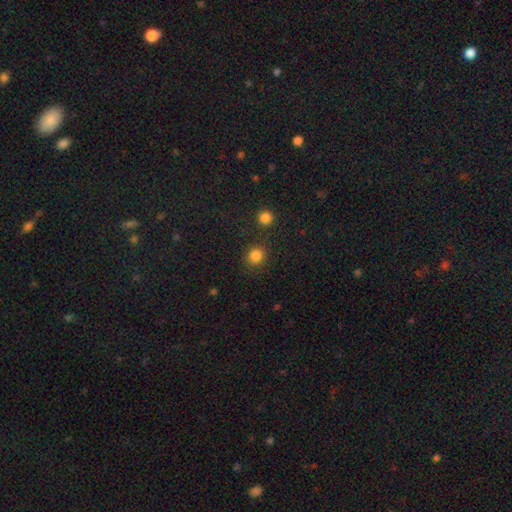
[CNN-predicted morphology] A smooth galaxy with no disk features (84%) that is round (90%). Merging: none (86%).